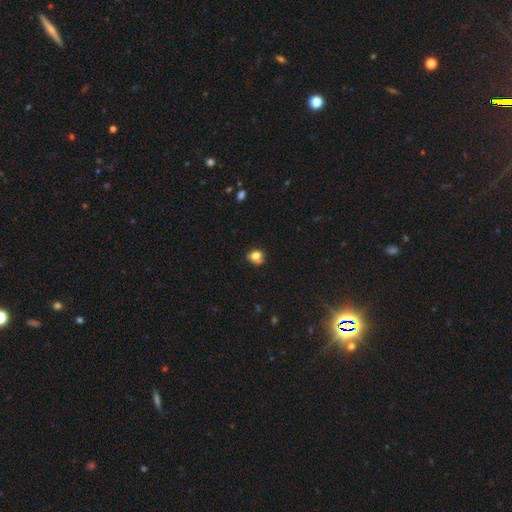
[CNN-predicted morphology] This appears to be a smooth galaxy with no disk features (75%) that is round (63%). Merging: none (61%).